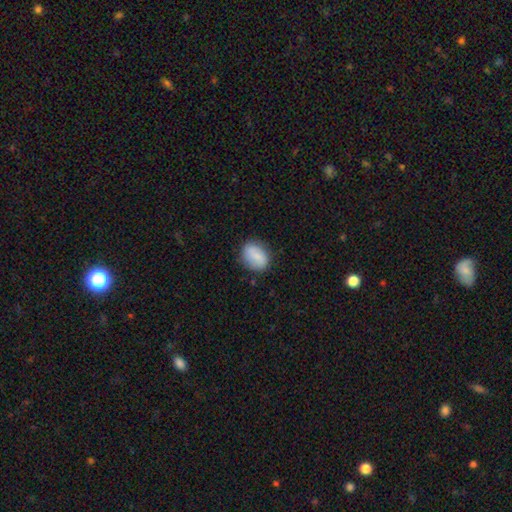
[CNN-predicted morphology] Smooth or featured?
  - smooth: 77% *
  - featured or disk: 16%
  - star or artifact: 7%
How rounded?
  - in between: 68% *
  - round: 30%
  - cigar-shaped: 2%
Merging?
  - none: 79% *
  - minor disturbance: 16%
  - major disturbance: 4%
  - merger: 2%